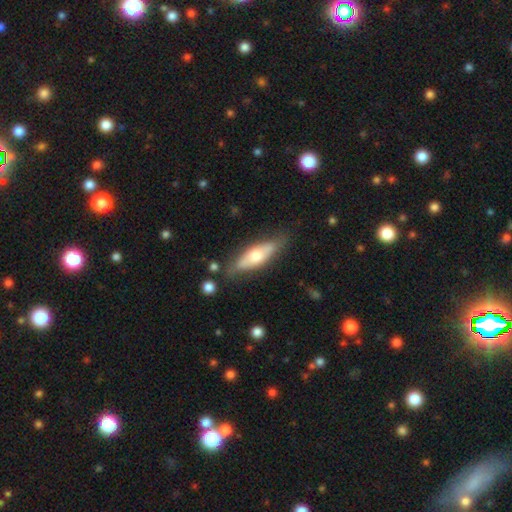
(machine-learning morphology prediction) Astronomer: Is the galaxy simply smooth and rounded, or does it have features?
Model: smooth — 52% (runner-up: featured or disk, 43%).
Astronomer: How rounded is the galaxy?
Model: in between — 52% (runner-up: cigar-shaped, 46%).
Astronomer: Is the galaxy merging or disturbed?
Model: none — 74%.